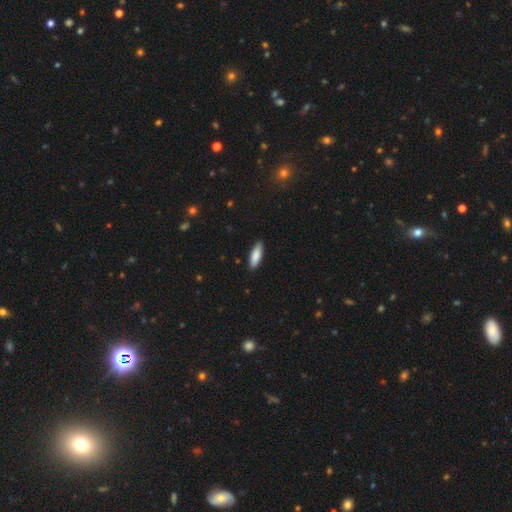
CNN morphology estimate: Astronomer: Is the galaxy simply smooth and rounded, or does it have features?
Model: smooth — 87%.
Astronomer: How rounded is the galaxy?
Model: in between — 56% (runner-up: cigar-shaped, 42%).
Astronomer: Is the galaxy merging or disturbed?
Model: none — 88%.